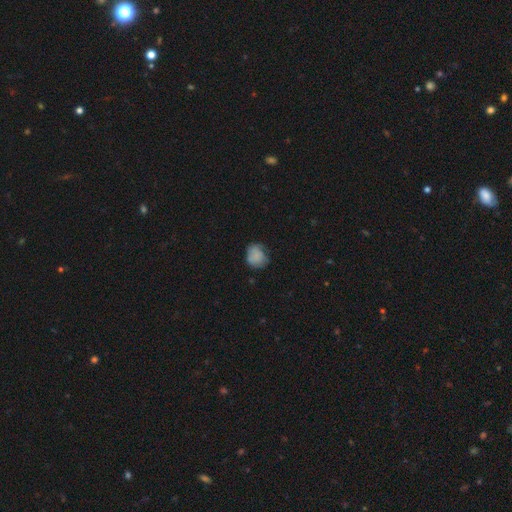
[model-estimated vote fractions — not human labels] This appears to be a smooth galaxy with no disk features (74%) that is round (65%). Merging: none (56%).